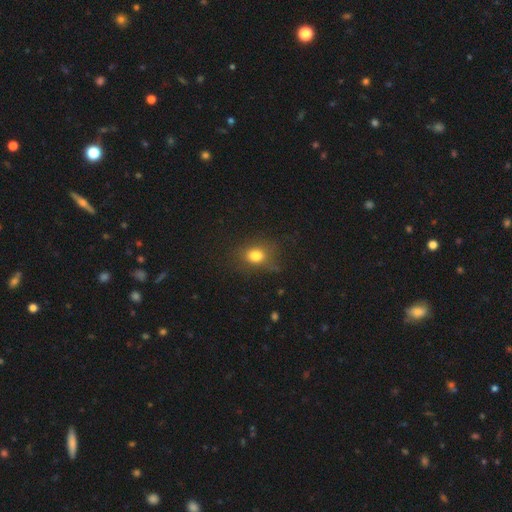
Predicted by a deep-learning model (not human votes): Smooth or featured? smooth (78%)
How rounded? round (50%)
Merging? none (70%)